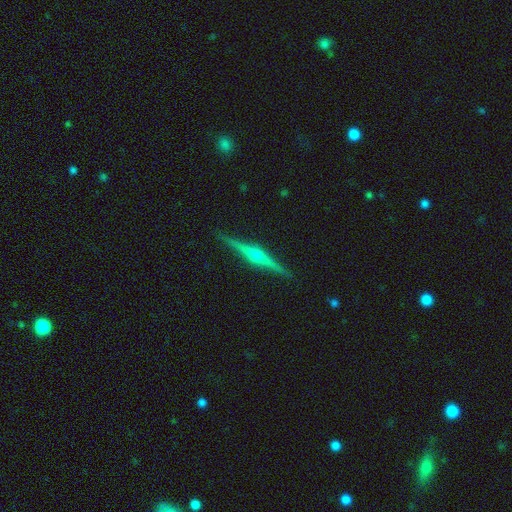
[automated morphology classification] featured or disk 82%, smooth 12%, star or artifact 6%. Down the decision tree: edge-on disk — yes (98%); edge-on bulge — rounded (91%); merging — none (91%).